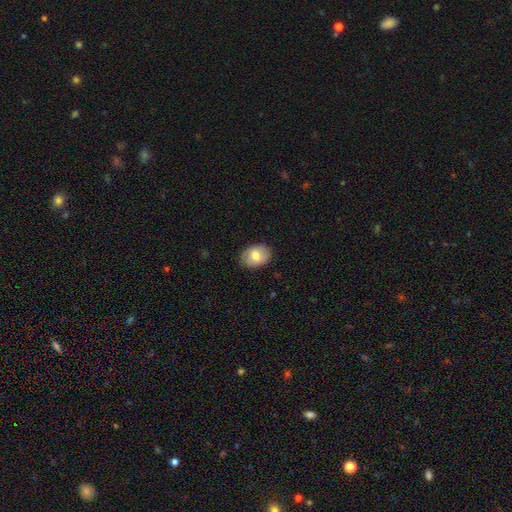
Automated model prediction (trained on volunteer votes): smooth_or_featured: smooth (p=0.77) [alt: featured or disk p=0.16]
how_rounded: in between (p=0.76) [alt: round p=0.23]
merging: none (p=0.87) [alt: minor disturbance p=0.10]